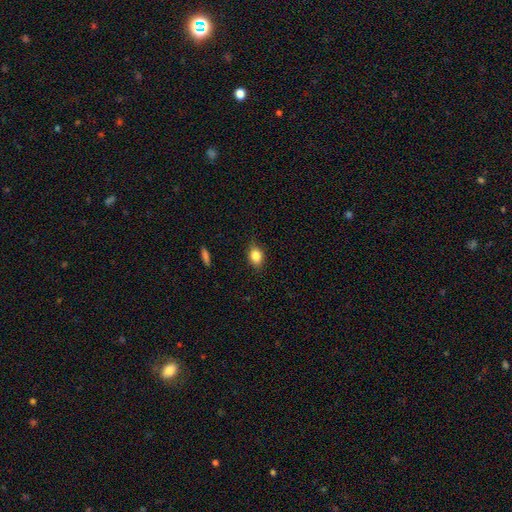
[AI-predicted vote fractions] smooth 83%, star or artifact 9%, featured or disk 8%. Down the decision tree: how rounded — in between (73%); merging — none (82%).